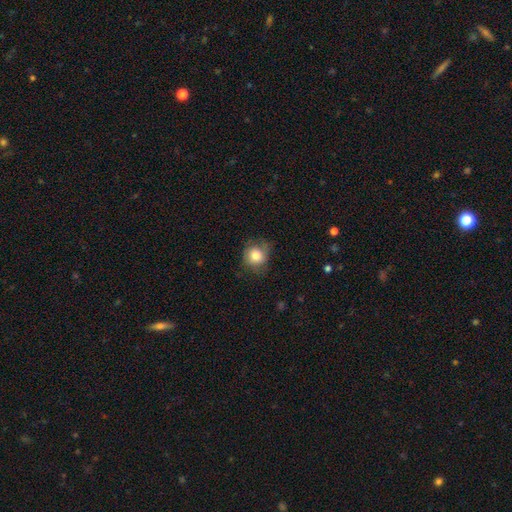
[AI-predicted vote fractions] This appears to be a smooth galaxy with no disk features (80%) that is round (81%). Merging: none (64%).